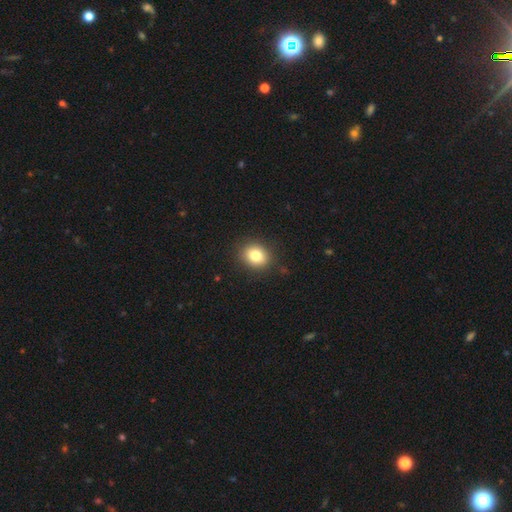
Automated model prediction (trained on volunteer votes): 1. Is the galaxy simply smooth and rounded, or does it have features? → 81% smooth, 10% star or artifact, 8% featured or disk.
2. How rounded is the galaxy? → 60% round, 39% in between, 1% cigar-shaped.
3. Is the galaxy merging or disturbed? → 88% none, 8% minor disturbance, 2% major disturbance, 1% merger.